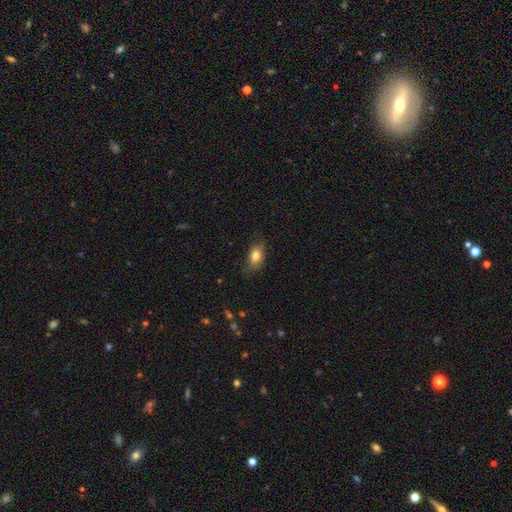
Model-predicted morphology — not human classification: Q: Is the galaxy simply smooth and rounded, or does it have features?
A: smooth — 79%.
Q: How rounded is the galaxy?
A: in between — 86%.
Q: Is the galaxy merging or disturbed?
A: none — 70%.